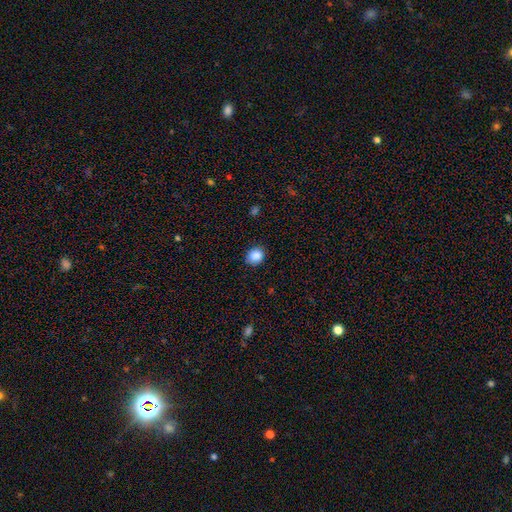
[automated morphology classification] Smooth or featured?
  - smooth: 88% *
  - star or artifact: 9%
  - featured or disk: 3%
How rounded?
  - round: 68% *
  - in between: 31%
  - cigar-shaped: 1%
Merging?
  - none: 84% *
  - minor disturbance: 12%
  - major disturbance: 3%
  - merger: 1%